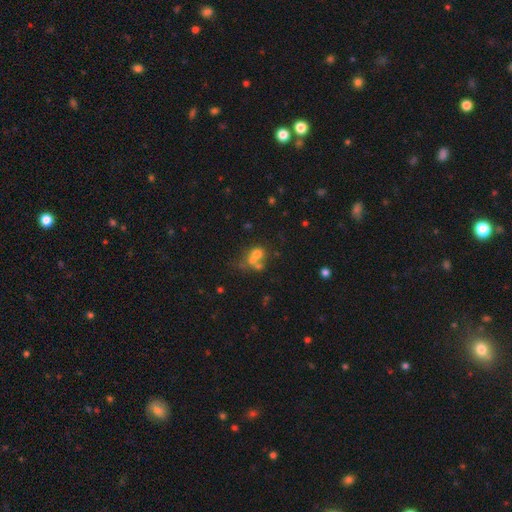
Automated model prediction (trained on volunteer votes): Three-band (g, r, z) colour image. It shows a smooth galaxy with no disk features (57%) that is round (69%). Merging: merger (55%).